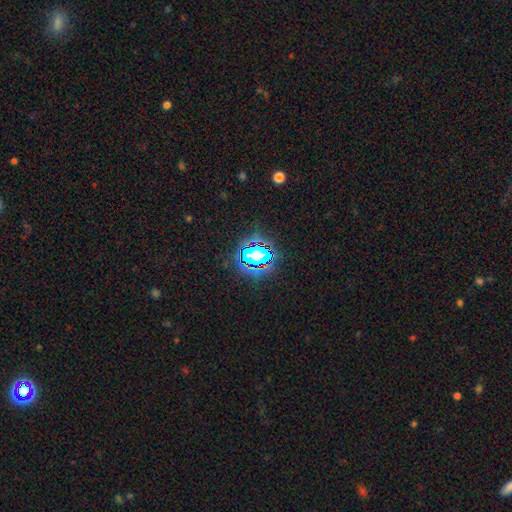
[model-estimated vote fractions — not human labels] smooth-or-featured: star or artifact: 59% | smooth: 27% | featured or disk: 14%